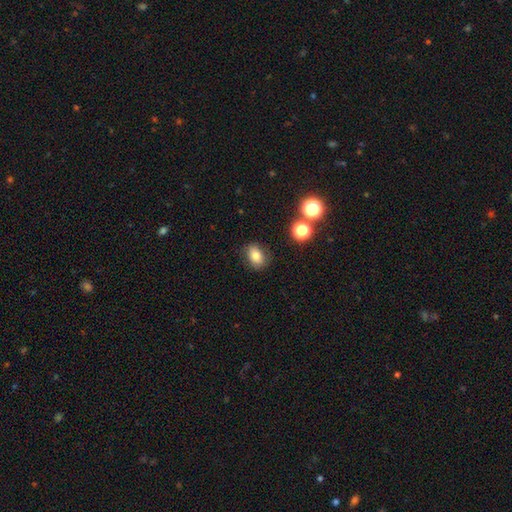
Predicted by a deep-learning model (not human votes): This appears to be a smooth galaxy with no disk features (78%) that is in between round and cigar-shaped (71%). Merging: none (82%).